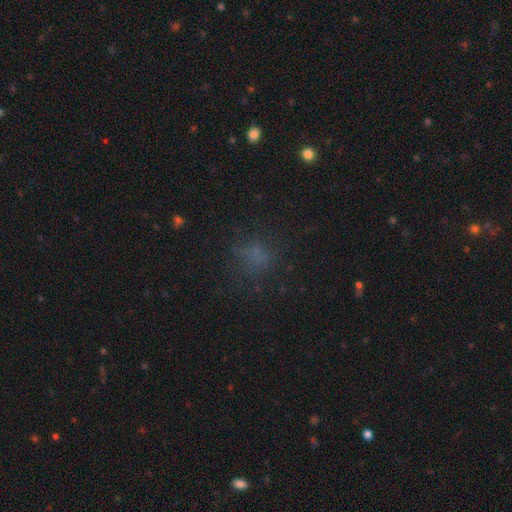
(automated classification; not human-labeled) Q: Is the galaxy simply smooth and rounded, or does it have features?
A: smooth — 58%.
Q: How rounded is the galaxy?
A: round — 64%.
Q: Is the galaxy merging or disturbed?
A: none — 65%.